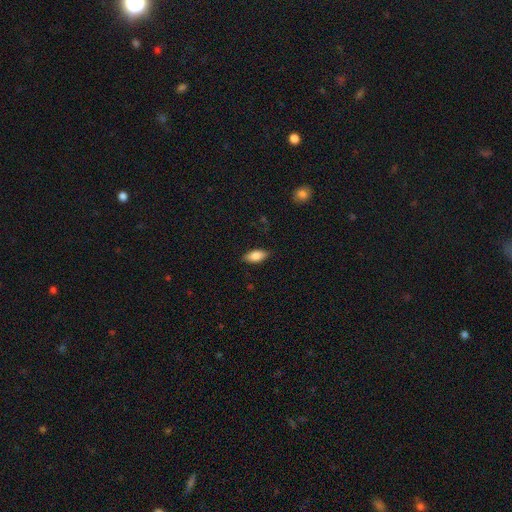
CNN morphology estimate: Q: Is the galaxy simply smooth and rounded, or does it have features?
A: smooth — 82%.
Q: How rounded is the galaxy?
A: in between — 87%.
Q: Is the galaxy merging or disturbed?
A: none — 86%.